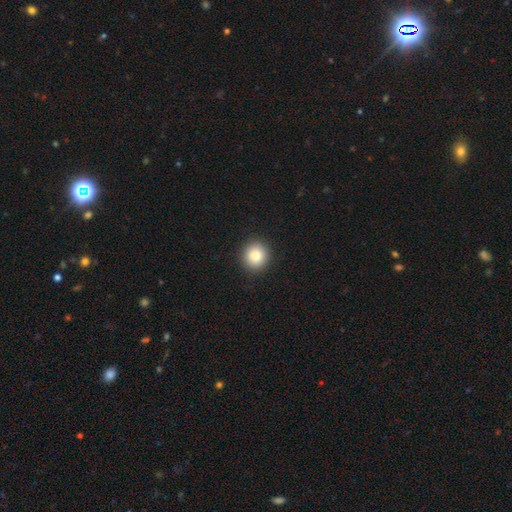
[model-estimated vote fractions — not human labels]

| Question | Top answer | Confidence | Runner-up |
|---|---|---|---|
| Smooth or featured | smooth | 84% | star or artifact (9%) |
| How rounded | round | 91% | in between (8%) |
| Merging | none | 92% | minor disturbance (6%) |